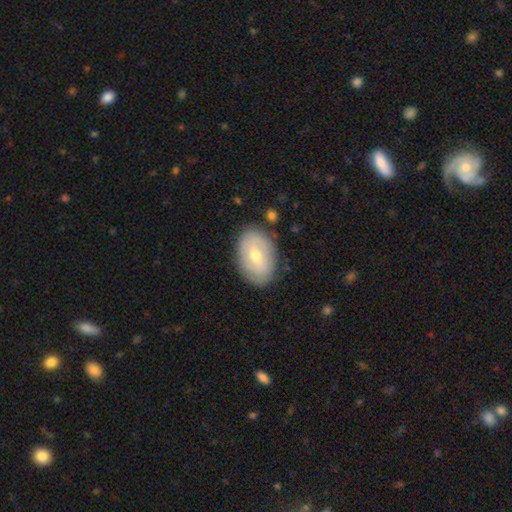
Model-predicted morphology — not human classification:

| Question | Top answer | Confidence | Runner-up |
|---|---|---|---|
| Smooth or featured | featured or disk | 52% | smooth (42%) |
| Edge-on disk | no | 93% | yes (7%) |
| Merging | none | 81% | minor disturbance (13%) |